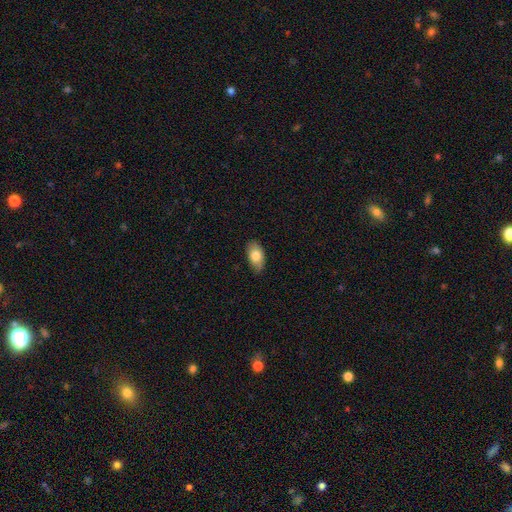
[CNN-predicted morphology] smooth_or_featured: smooth (p=0.79) [alt: featured or disk p=0.14]
how_rounded: in between (p=0.92) [alt: round p=0.05]
merging: none (p=0.80) [alt: minor disturbance p=0.16]